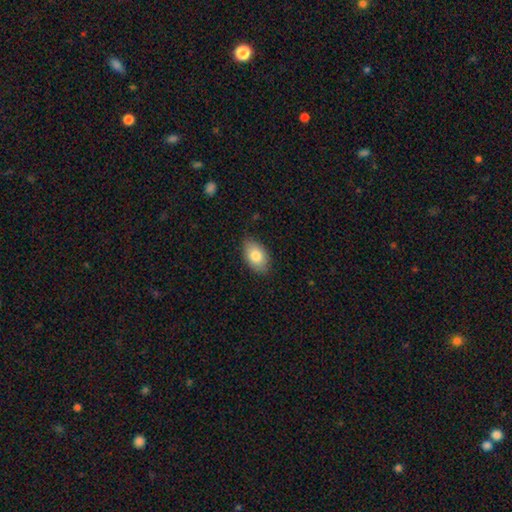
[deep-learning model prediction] A smooth galaxy with no disk features (81%) that is in between round and cigar-shaped (90%). Merging: none (82%).